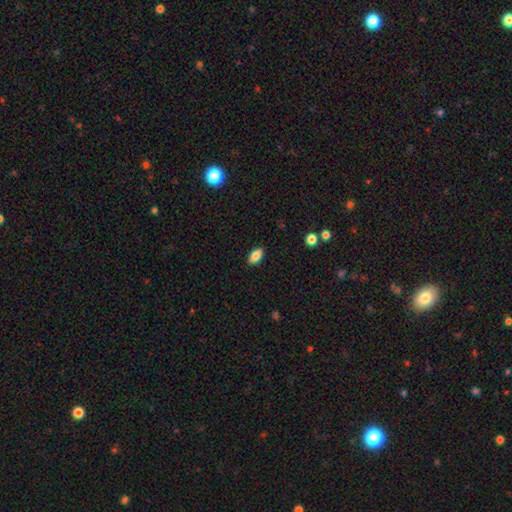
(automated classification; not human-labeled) This is clearly a smooth galaxy (83%). How rounded: clearly in between (89%). Merging: clearly none (89%).